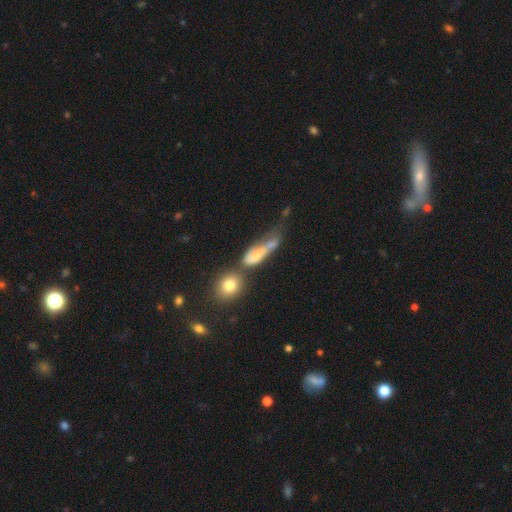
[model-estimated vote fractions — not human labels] smooth_or_featured: smooth (p=0.49) [alt: featured or disk p=0.39]
merging: merger (p=0.35) [alt: major disturbance p=0.28]